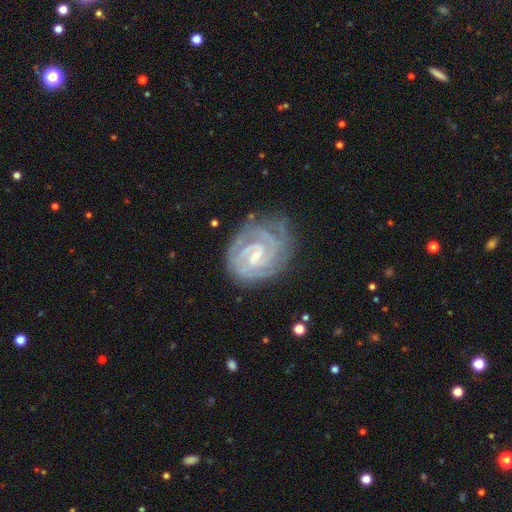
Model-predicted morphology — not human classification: Smooth or featured? Predicted: featured or disk (p=0.88). Edge-on disk? Predicted: no (p=0.98). Bar? Predicted: weak (p=0.57). Spiral arms? Predicted: yes (p=0.97). Spiral winding? Predicted: tight (p=0.74). Spiral arm count? Predicted: 2 (p=0.54). Bulge size? Predicted: small (p=0.62). Merging? Predicted: none (p=0.68).